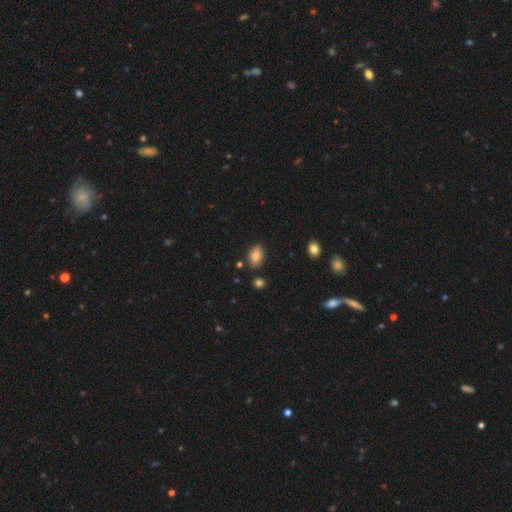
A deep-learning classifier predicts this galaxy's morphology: Smooth or featured? smooth (81%)
How rounded? in between (88%)
Merging? none (83%)